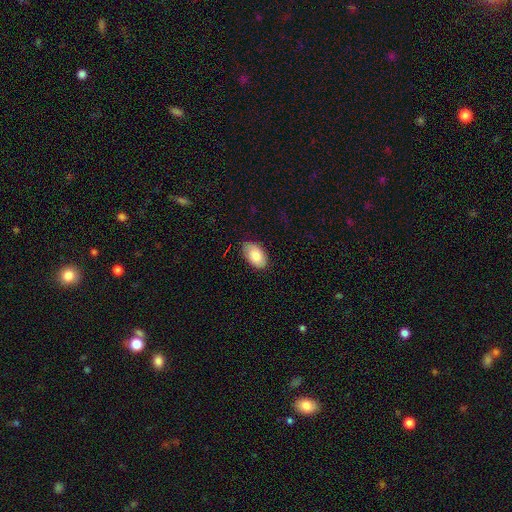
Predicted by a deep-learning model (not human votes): smooth_or_featured: smooth (p=0.82) [alt: featured or disk p=0.12]
how_rounded: in between (p=0.94) [alt: round p=0.05]
merging: none (p=0.80) [alt: minor disturbance p=0.16]